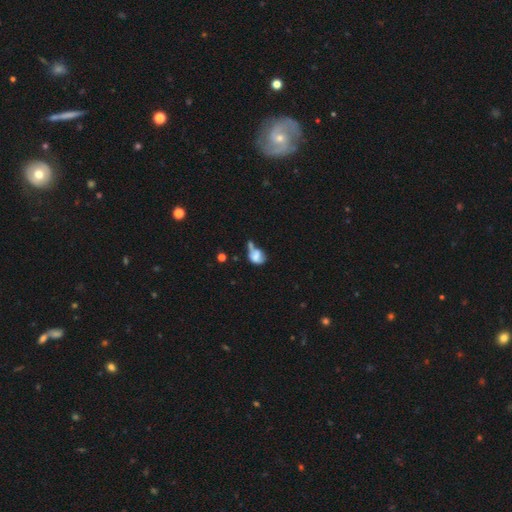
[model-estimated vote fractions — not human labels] A smooth galaxy with no disk features (60%) that is in between round and cigar-shaped (66%).

Vote fractions:
- Smooth or featured? smooth: 60% / featured or disk: 29% / star or artifact: 11%
- How rounded? in between: 66% / round: 31% / cigar-shaped: 3%
- Merging? merger: 36% / none: 22% / major disturbance: 21% / minor disturbance: 21%